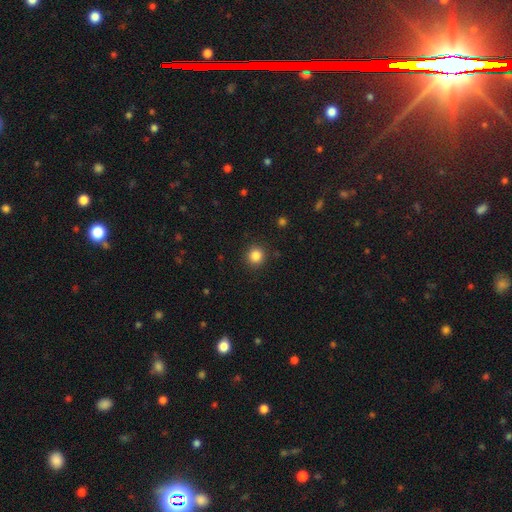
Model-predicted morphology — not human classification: smooth 85%, star or artifact 11%, featured or disk 4%. Down the decision tree: how rounded — round (93%); merging — none (91%).